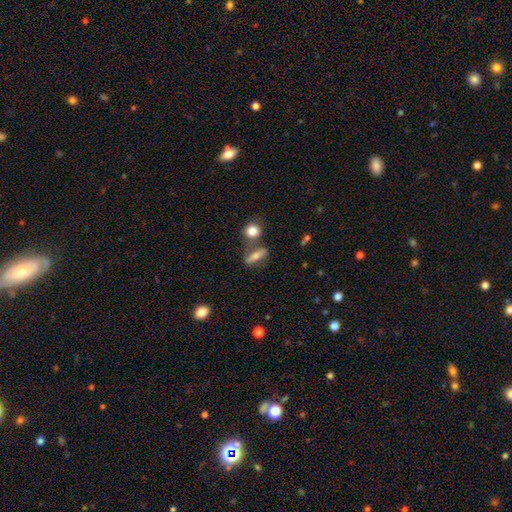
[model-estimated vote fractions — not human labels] This appears to be a smooth galaxy with no disk features (58%) that is cigar-shaped (49%). Merging: none (66%).